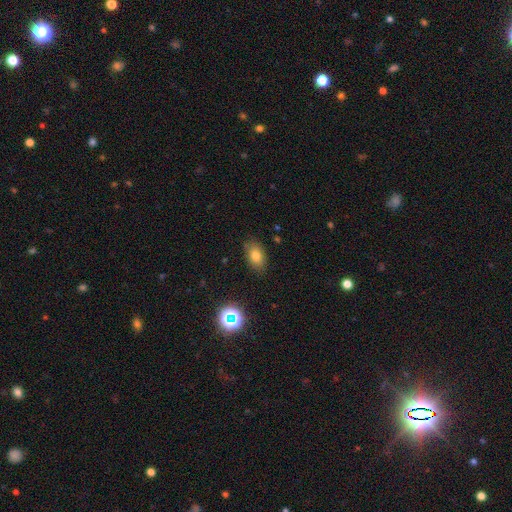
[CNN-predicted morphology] The model was most divided on "smooth or featured": smooth: 76%, star or artifact: 14%, featured or disk: 10%. More confident: how rounded — in between (86%); merging — none (83%).